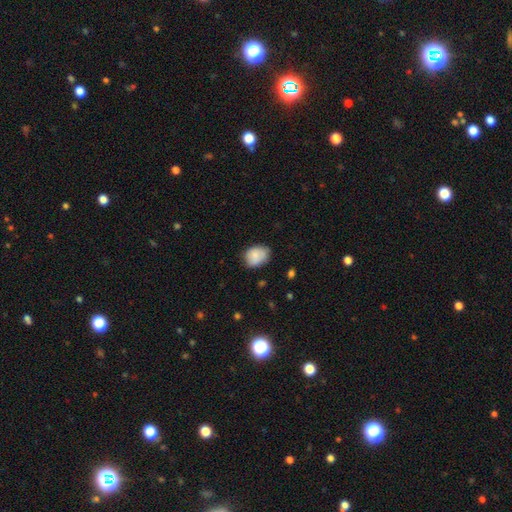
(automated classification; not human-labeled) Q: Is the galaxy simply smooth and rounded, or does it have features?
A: smooth — 83%.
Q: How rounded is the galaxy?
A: in between — 60%.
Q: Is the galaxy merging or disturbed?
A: none — 68%.